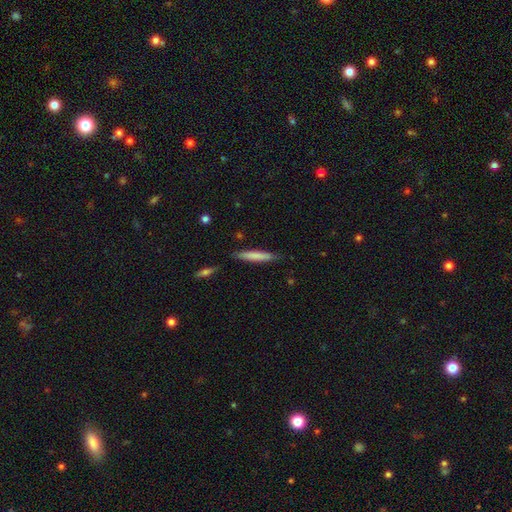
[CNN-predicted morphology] Overall: smooth (75%). How rounded: cigar-shaped (92%). Merging: none (82%).